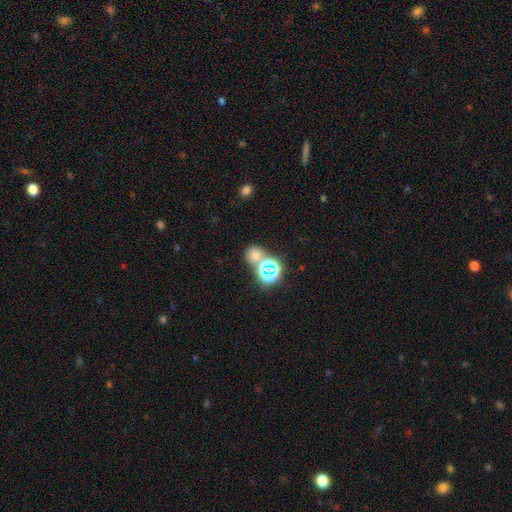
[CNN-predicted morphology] This appears to be a smooth galaxy with no disk features (58%) that is round (76%). Merging: none (58%).